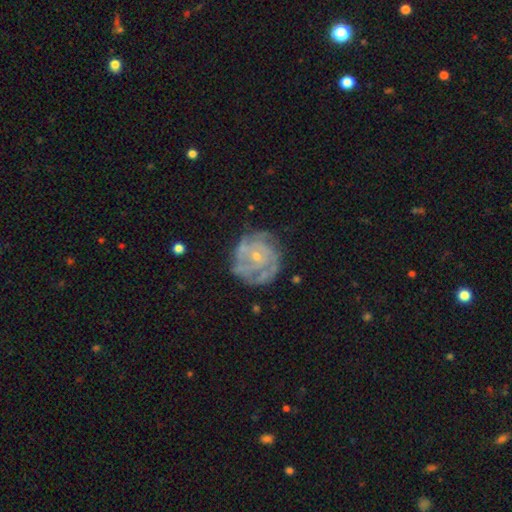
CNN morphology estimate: featured or disk 81%, smooth 13%, star or artifact 6%. Down the decision tree: edge-on disk — no (98%); bar — no (75%); spiral arms — yes (86%); spiral arm count — can't tell (38%); spiral winding — tight (64%); bulge size — small (71%); merging — none (66%).